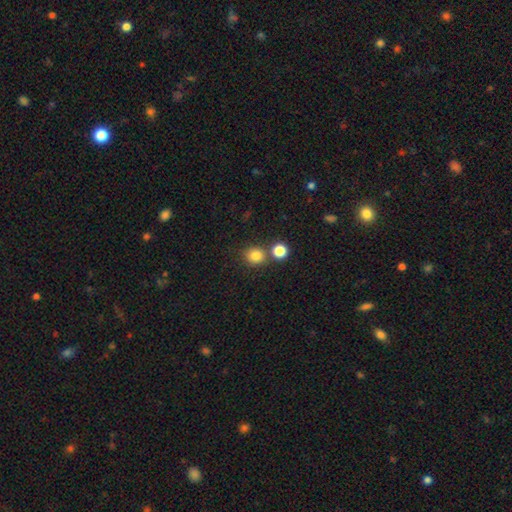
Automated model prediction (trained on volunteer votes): Smooth or featured: smooth — 81% (star or artifact — 13%)
How rounded: round — 83% (in between — 16%)
Merging: none — 71% (merger — 17%)